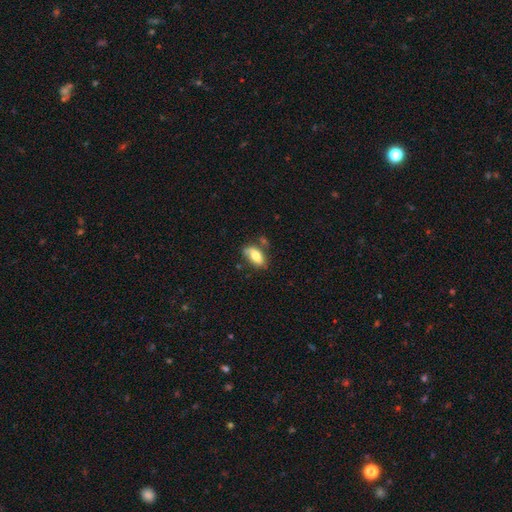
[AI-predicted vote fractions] smooth-or-featured: smooth: 72% | featured or disk: 21% | star or artifact: 7%
  how-rounded: in between: 87% | cigar-shaped: 9% | round: 4%
  merging: none: 57% | minor disturbance: 25% | merger: 10% | major disturbance: 7%